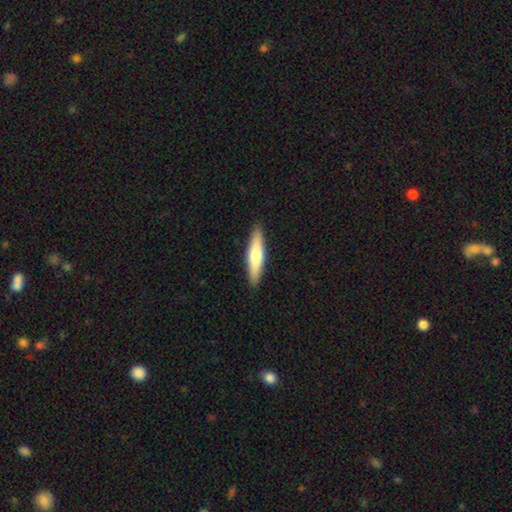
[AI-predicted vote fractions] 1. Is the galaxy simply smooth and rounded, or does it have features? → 61% smooth, 34% featured or disk, 5% star or artifact.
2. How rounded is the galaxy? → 81% cigar-shaped, 17% in between, 1% round.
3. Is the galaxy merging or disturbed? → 90% none, 7% minor disturbance, 1% major disturbance, 1% merger.